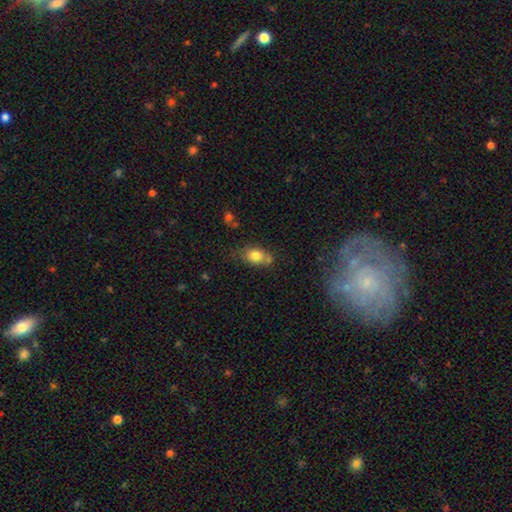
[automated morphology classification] Overall: smooth (78%). How rounded: in between (75%). Merging: none (56%; minor disturbance 24%).